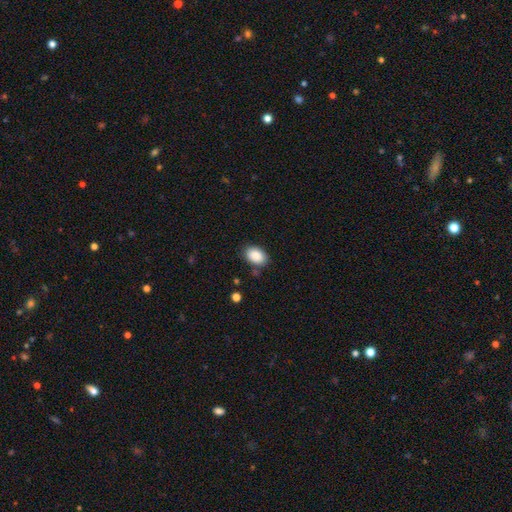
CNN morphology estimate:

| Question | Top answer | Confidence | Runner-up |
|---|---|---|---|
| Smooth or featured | smooth | 89% | star or artifact (7%) |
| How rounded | in between | 86% | round (13%) |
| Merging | none | 81% | minor disturbance (13%) |